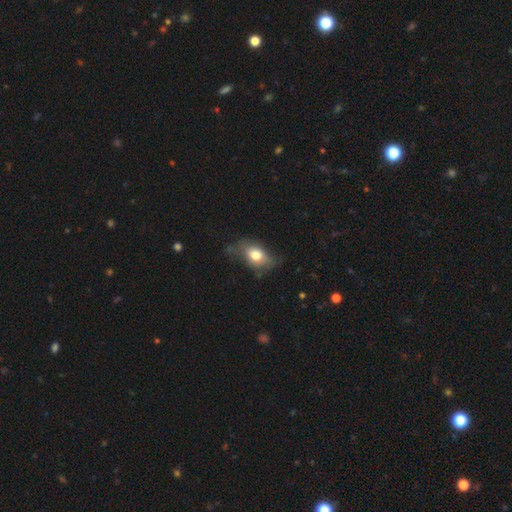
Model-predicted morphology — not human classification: A smooth galaxy with no disk features (70%) that is in between round and cigar-shaped (82%).

Vote fractions:
- Smooth or featured? smooth: 70% / featured or disk: 22% / star or artifact: 8%
- How rounded? in between: 82% / round: 15% / cigar-shaped: 3%
- Merging? none: 52% / minor disturbance: 32% / major disturbance: 13% / merger: 2%